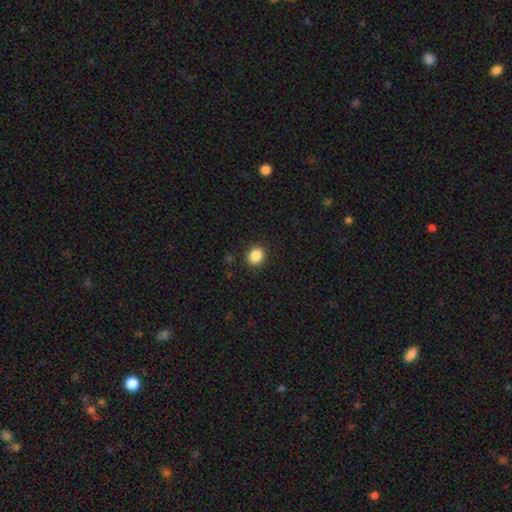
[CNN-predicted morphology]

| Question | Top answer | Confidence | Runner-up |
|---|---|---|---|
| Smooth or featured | smooth | 87% | star or artifact (10%) |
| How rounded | round | 65% | in between (34%) |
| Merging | none | 89% | minor disturbance (7%) |